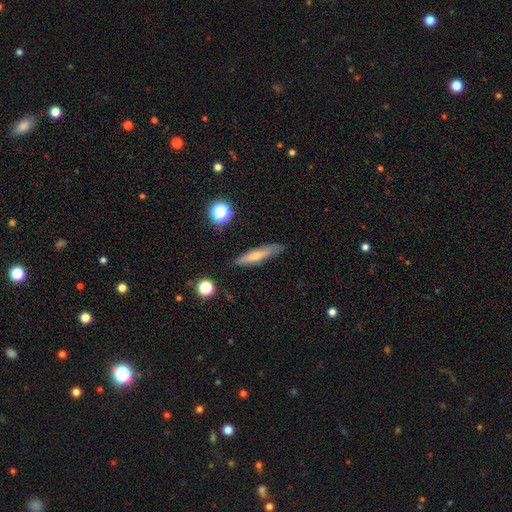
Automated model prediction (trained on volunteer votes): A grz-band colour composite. It shows a smooth galaxy with no disk features (59%) that is cigar-shaped (83%). Merging: none (82%).